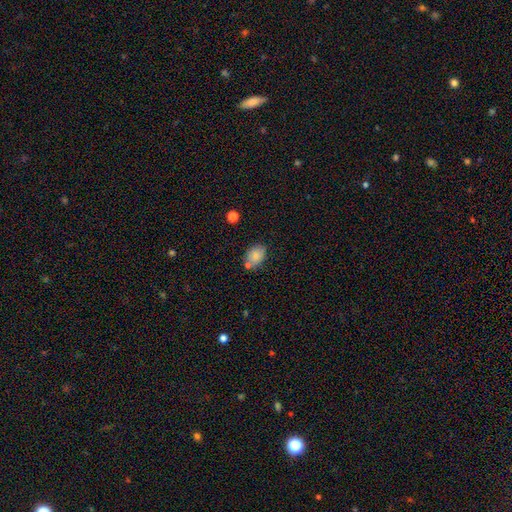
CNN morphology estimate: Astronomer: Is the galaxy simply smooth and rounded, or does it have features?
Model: smooth — 80%.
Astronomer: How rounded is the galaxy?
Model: in between — 77%.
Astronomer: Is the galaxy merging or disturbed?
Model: none — 65%.